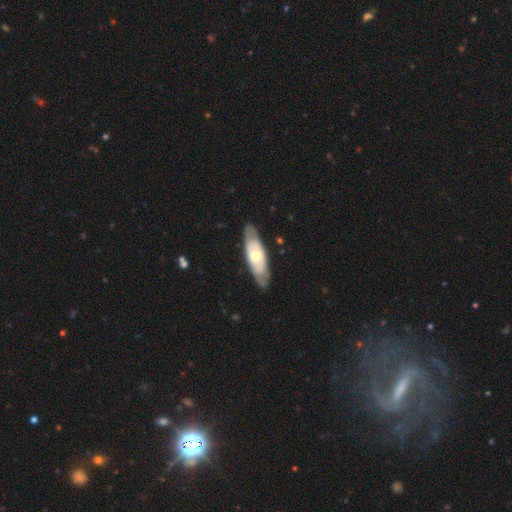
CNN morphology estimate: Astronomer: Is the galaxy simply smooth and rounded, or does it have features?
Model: featured or disk — 50% (runner-up: smooth, 45%).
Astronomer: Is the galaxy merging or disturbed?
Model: none — 81%.